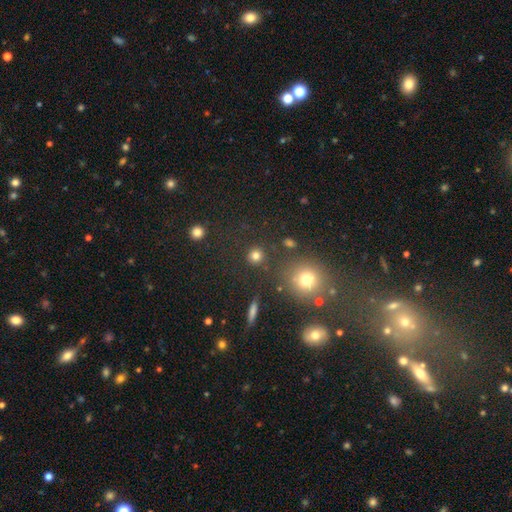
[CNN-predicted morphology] type=smooth (79%); roundness=round (91%); merging=none (85%).